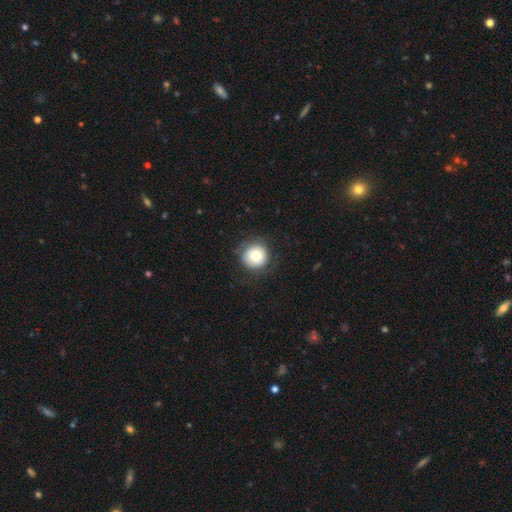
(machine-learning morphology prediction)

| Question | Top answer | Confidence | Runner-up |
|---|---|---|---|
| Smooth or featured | smooth | 71% | featured or disk (19%) |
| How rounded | round | 94% | in between (5%) |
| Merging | none | 80% | minor disturbance (13%) |